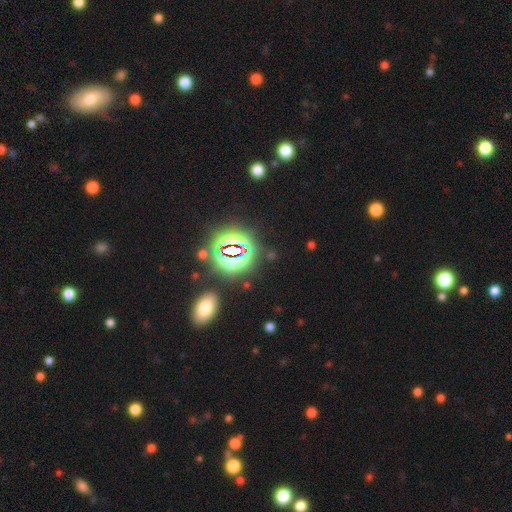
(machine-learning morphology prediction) star or artifact 80%, smooth 13%, featured or disk 7%.